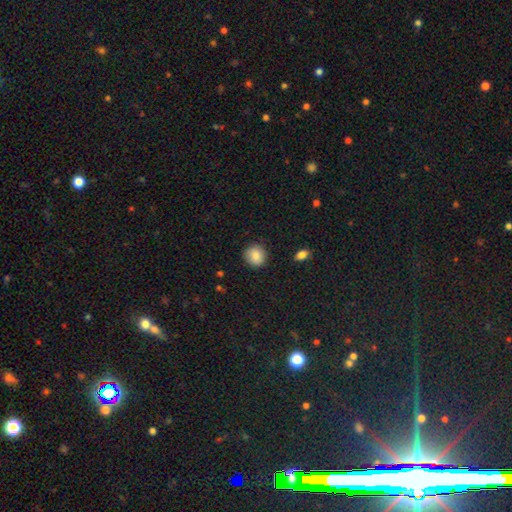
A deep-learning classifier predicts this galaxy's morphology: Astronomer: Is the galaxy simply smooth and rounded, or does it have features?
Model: smooth — 86%.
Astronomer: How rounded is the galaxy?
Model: round — 88%.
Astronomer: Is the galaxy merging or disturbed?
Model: none — 89%.